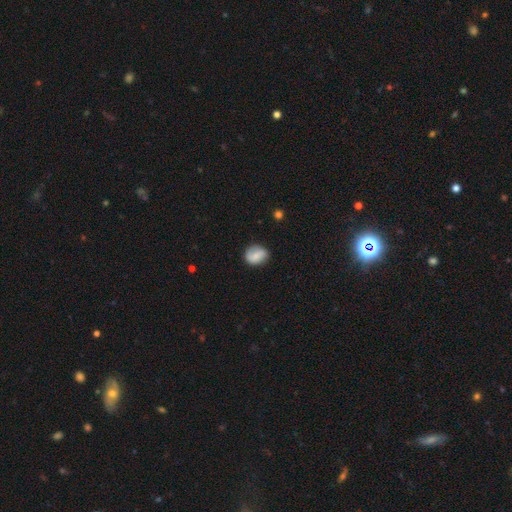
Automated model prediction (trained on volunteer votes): Morphology: type=smooth (72%); roundness=round (63%); merging=none (75%).